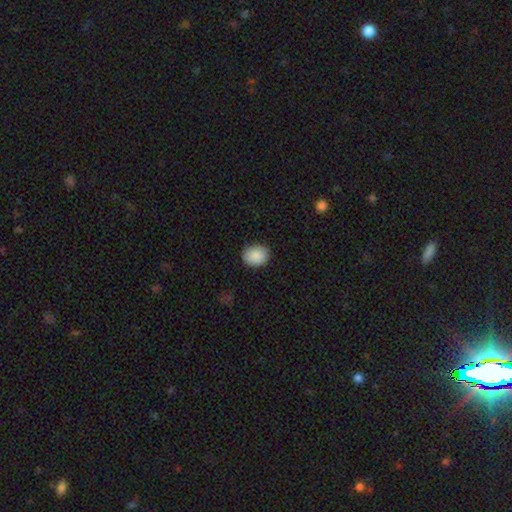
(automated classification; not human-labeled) This appears to be a smooth galaxy with no disk features (90%) that is in between round and cigar-shaped (54%). Merging: none (87%).